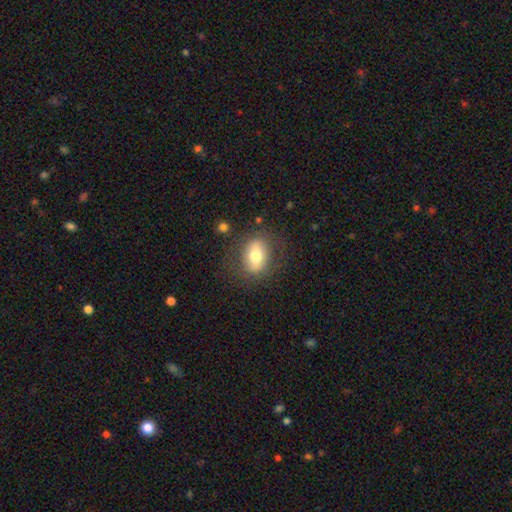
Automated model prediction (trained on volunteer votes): smooth_or_featured: smooth (p=0.63) [alt: featured or disk p=0.29]
how_rounded: in between (p=0.69) [alt: round p=0.28]
merging: none (p=0.78) [alt: minor disturbance p=0.13]